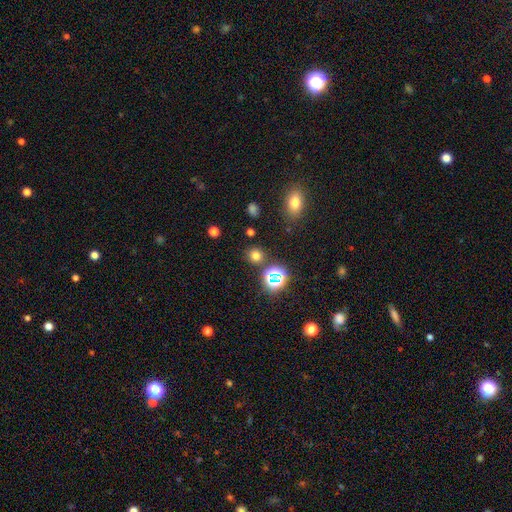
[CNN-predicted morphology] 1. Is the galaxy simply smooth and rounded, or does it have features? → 68% smooth, 26% star or artifact, 6% featured or disk.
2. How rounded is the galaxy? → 87% round, 12% in between, 1% cigar-shaped.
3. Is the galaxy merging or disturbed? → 84% none, 8% minor disturbance, 6% merger, 3% major disturbance.